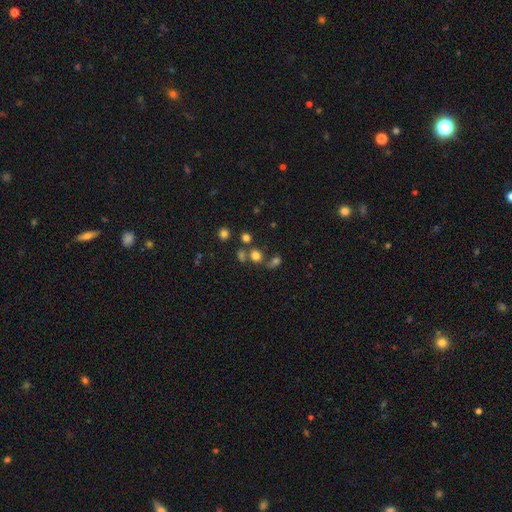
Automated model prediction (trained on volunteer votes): The model was most divided on "merging": none: 54%, merger: 28%, minor disturbance: 11%, major disturbance: 7%. More confident: how rounded — round (74%); smooth or featured — smooth (69%).